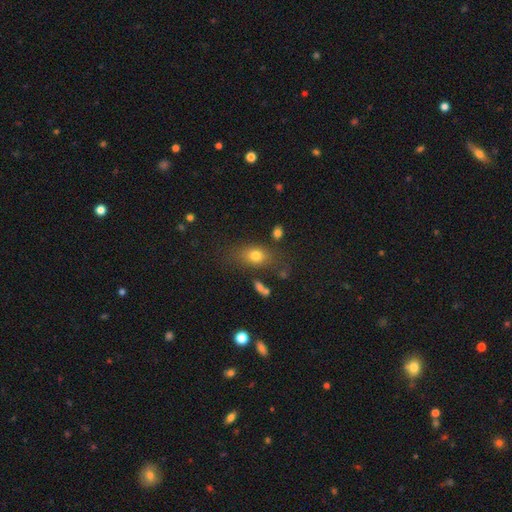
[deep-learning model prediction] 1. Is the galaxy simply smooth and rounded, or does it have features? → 75% smooth, 13% star or artifact, 12% featured or disk.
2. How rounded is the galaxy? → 71% in between, 25% round, 4% cigar-shaped.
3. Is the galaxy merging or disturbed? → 69% none, 17% minor disturbance, 9% major disturbance, 6% merger.